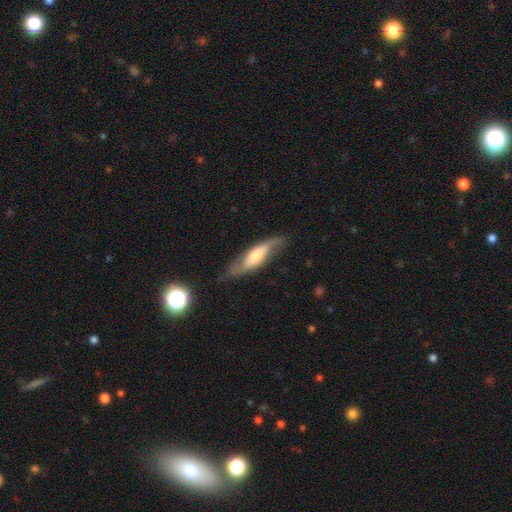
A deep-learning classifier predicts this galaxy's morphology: Smooth or featured? featured or disk (58%)
Edge-on disk? no (58%)
Merging? none (73%)